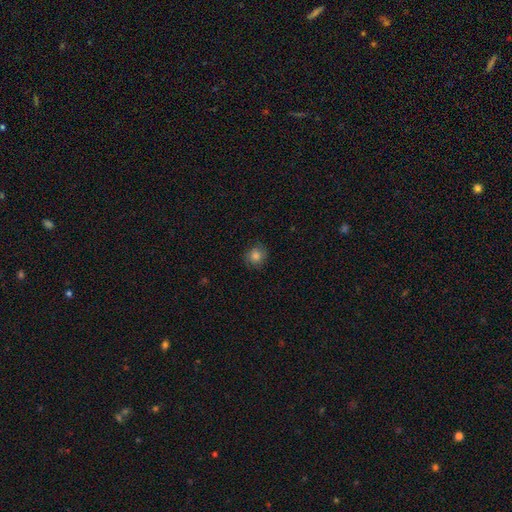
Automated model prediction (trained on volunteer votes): Q: Smooth or featured?
A: smooth (81%); runner-up: star or artifact (11%)
Q: How rounded?
A: round (88%); runner-up: in between (11%)
Q: Merging?
A: none (84%); runner-up: minor disturbance (12%)